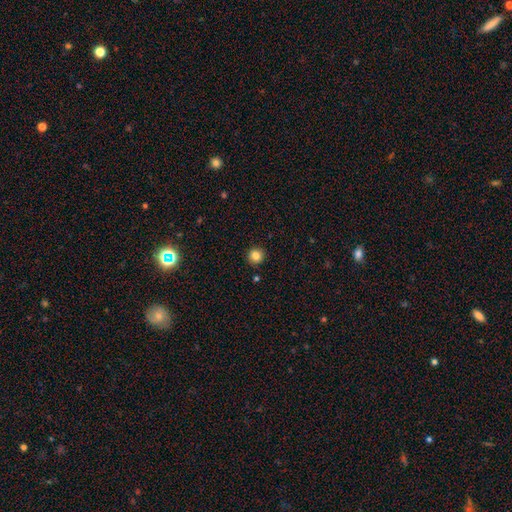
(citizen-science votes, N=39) Smooth or featured? 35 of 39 (90%) said smooth. How rounded? 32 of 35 (91%) said round. Merging? 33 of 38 (87%) said none.